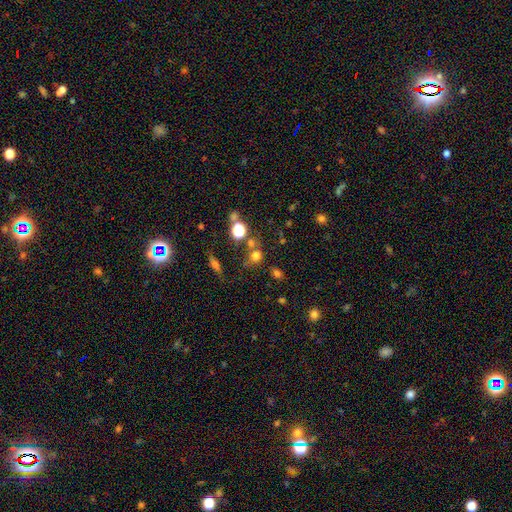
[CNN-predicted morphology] smooth-or-featured: smooth: 66% | star or artifact: 25% | featured or disk: 10%
  how-rounded: round: 76% | in between: 23% | cigar-shaped: 2%
  merging: none: 56% | merger: 23% | minor disturbance: 13% | major disturbance: 8%